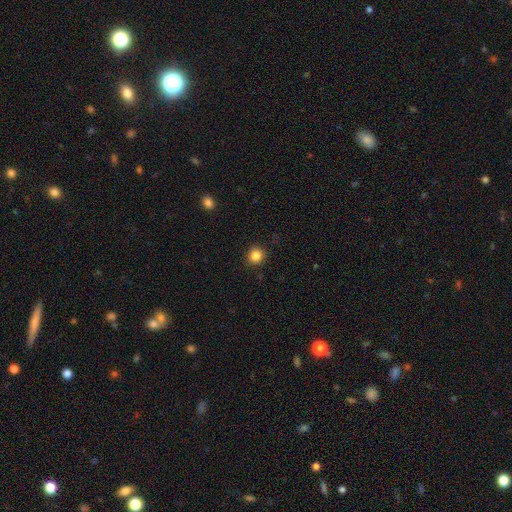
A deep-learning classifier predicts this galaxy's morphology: smooth 85%, star or artifact 11%, featured or disk 4%. Down the decision tree: how rounded — round (89%); merging — none (90%).